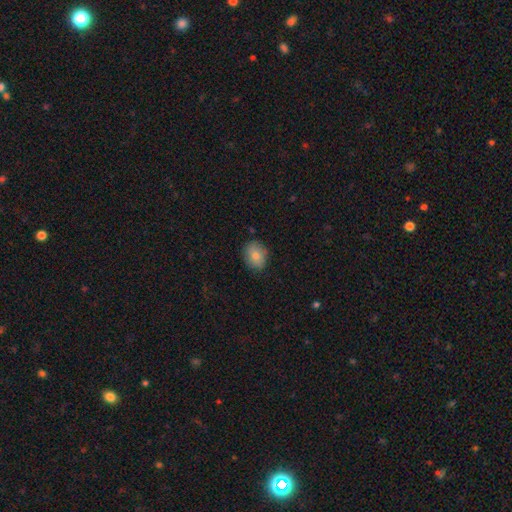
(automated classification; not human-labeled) A smooth galaxy with no disk features (81%) that is in between round and cigar-shaped (50%). Merging: none (82%).